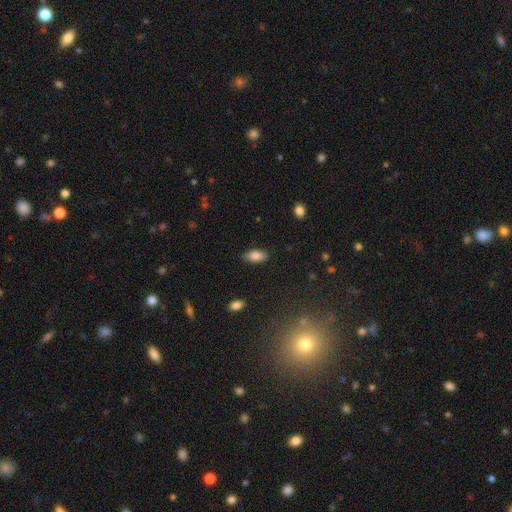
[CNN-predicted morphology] smooth 84%, featured or disk 8%, star or artifact 8%. Down the decision tree: how rounded — in between (90%); merging — none (85%).